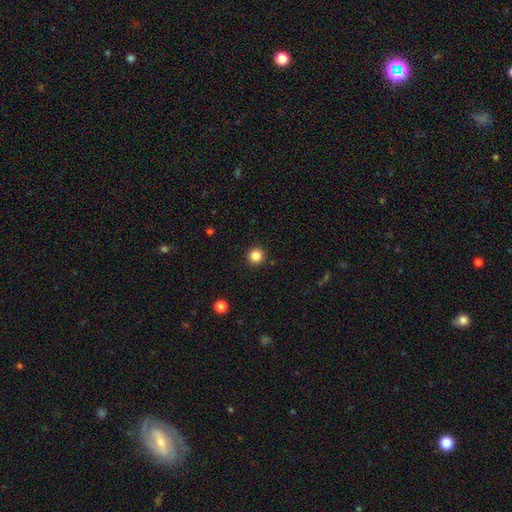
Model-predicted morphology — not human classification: smooth-or-featured: smooth: 85% | star or artifact: 11% | featured or disk: 4%
  how-rounded: round: 94% | in between: 5% | cigar-shaped: 1%
  merging: none: 92% | minor disturbance: 5% | major disturbance: 2% | merger: 1%